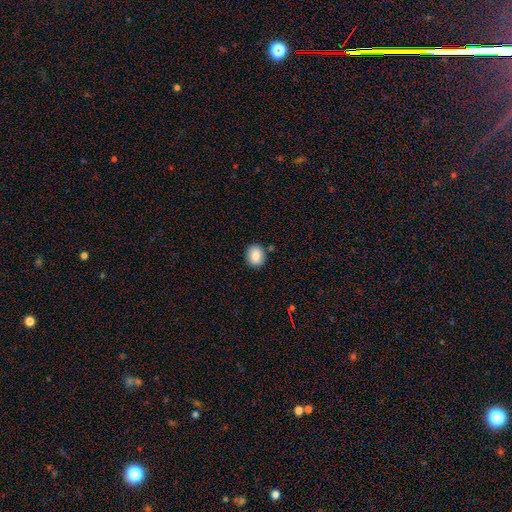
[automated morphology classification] smooth_or_featured: smooth (p=0.84) [alt: star or artifact p=0.08]
how_rounded: round (p=0.61) [alt: in between p=0.38]
merging: none (p=0.84) [alt: minor disturbance p=0.11]